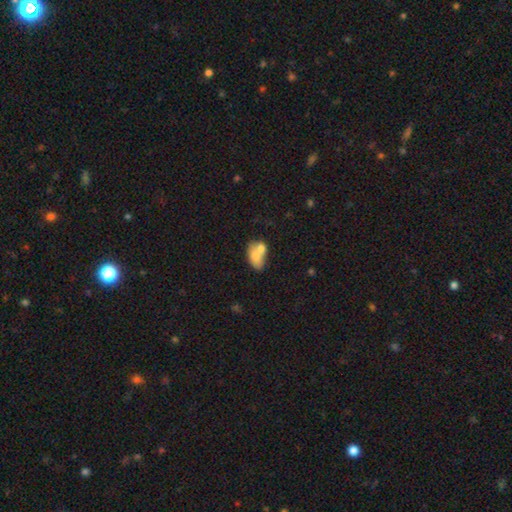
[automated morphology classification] Smooth or featured: smooth — 68% (featured or disk — 24%)
How rounded: in between — 84% (round — 14%)
Merging: merger — 57% (none — 26%)